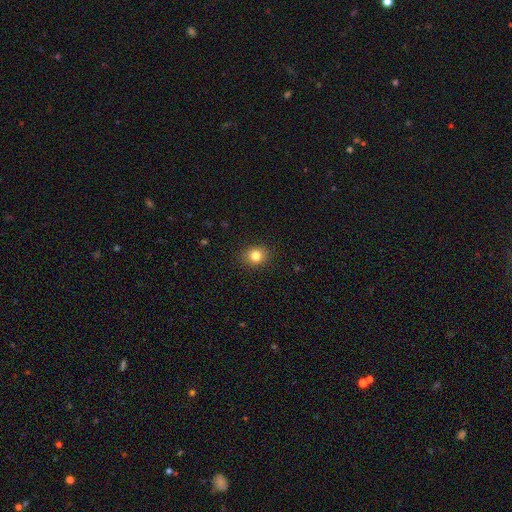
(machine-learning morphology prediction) A smooth galaxy with no disk features (82%) that is round (76%).

Vote fractions:
- Smooth or featured? smooth: 82% / star or artifact: 12% / featured or disk: 6%
- How rounded? round: 76% / in between: 23% / cigar-shaped: 1%
- Merging? none: 90% / minor disturbance: 7% / major disturbance: 2% / merger: 1%